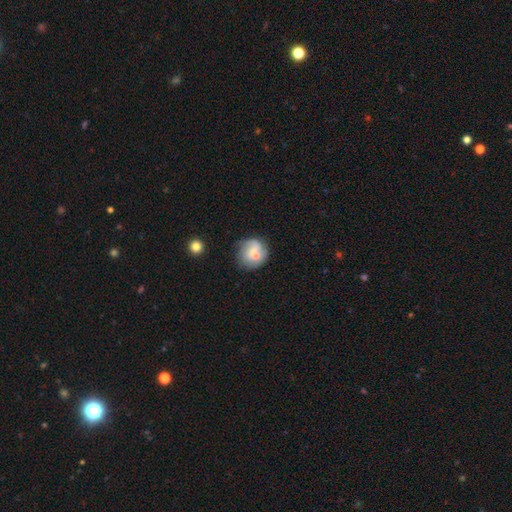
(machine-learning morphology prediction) smooth-or-featured: smooth: 49% | featured or disk: 42% | star or artifact: 9%
  merging: none: 62% | minor disturbance: 23% | major disturbance: 9% | merger: 6%